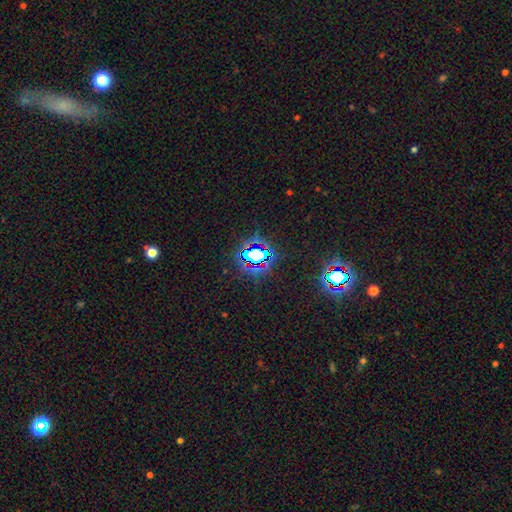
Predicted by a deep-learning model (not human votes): This is likely a star or artifact rather than a galaxy (73%).